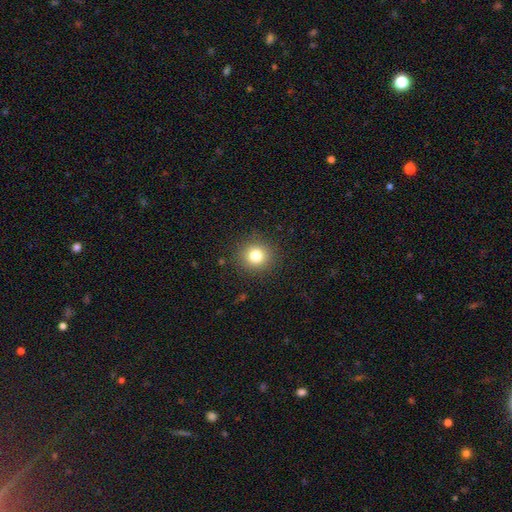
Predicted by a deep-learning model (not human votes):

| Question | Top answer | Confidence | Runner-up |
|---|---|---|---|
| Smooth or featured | smooth | 79% | star or artifact (13%) |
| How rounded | round | 91% | in between (8%) |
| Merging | none | 90% | minor disturbance (7%) |